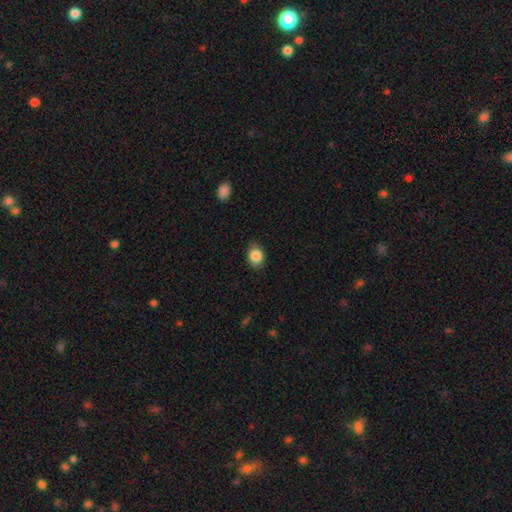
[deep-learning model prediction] Overall: smooth (86%). How rounded: in between (59%; round 39%). Merging: none (82%).